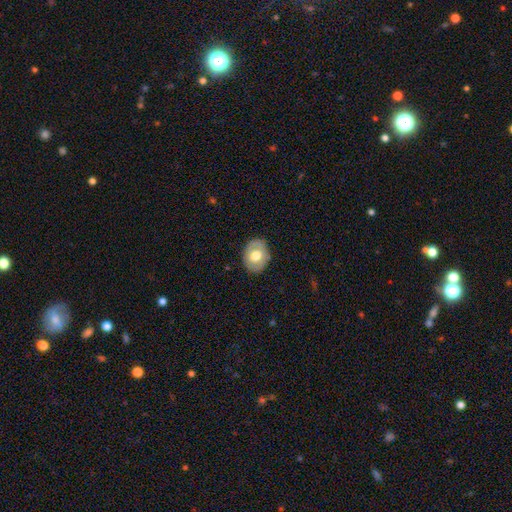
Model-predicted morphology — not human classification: The model was most divided on "how rounded": in between: 60%, round: 39%, cigar-shaped: 1%. More confident: merging — none (84%); smooth or featured — smooth (62%).